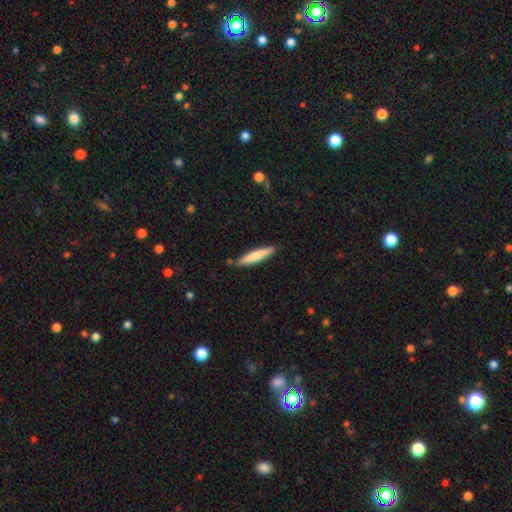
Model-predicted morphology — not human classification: Smooth or featured? smooth (77%)
How rounded? cigar-shaped (90%)
Merging? none (86%)